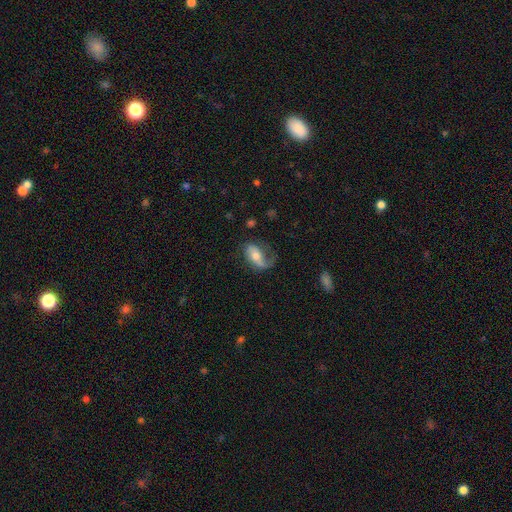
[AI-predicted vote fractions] Smooth or featured? featured or disk (62%)
Edge-on disk? no (94%)
Bar? no (48%)
Spiral arms? yes (85%)
Bulge size? moderate (60%)
Merging? none (45%)